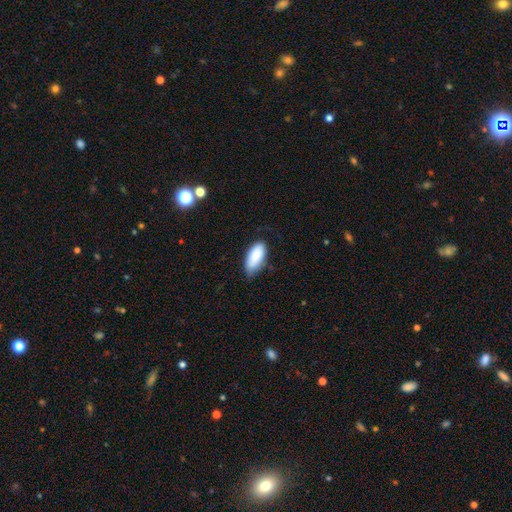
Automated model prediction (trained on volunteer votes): Q: Smooth or featured?
A: smooth (84%); runner-up: featured or disk (9%)
Q: How rounded?
A: in between (92%); runner-up: cigar-shaped (6%)
Q: Merging?
A: none (67%); runner-up: minor disturbance (27%)